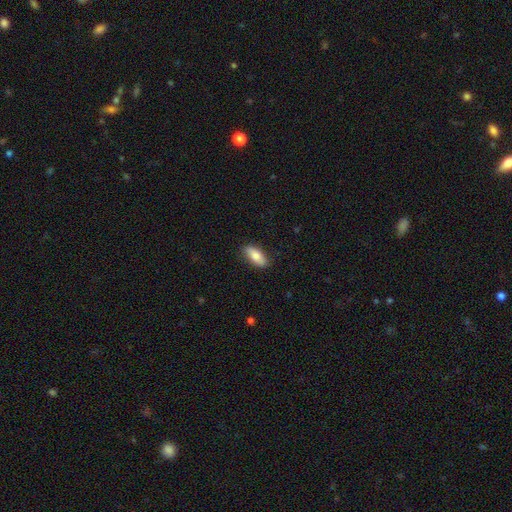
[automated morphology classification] Smooth or featured? Predicted: smooth (p=0.79). How rounded? Predicted: in between (p=0.84). Merging? Predicted: none (p=0.86).